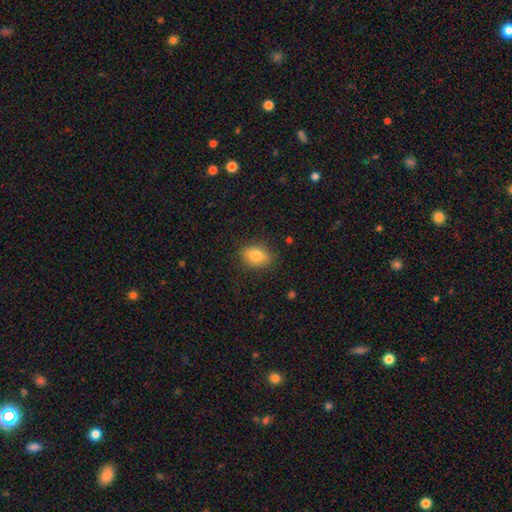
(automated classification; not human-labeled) This appears to be a smooth galaxy with no disk features (78%) that is in between round and cigar-shaped (75%). Merging: none (84%).